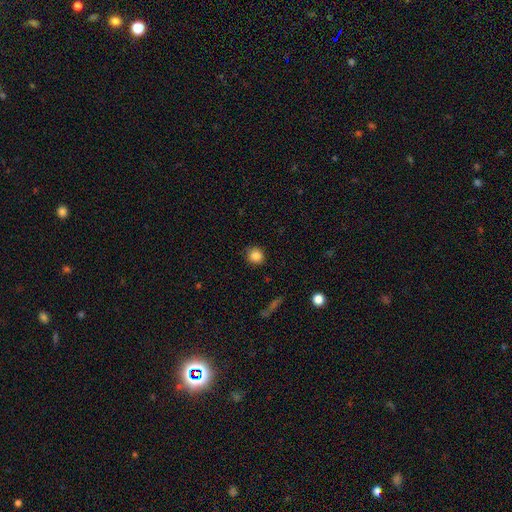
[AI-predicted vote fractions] Smooth or featured?
  - smooth: 85% *
  - star or artifact: 10%
  - featured or disk: 5%
How rounded?
  - round: 88% *
  - in between: 11%
  - cigar-shaped: 1%
Merging?
  - none: 87% *
  - minor disturbance: 10%
  - major disturbance: 2%
  - merger: 1%